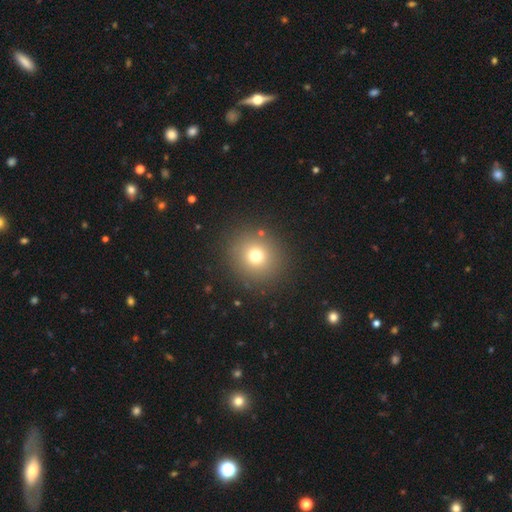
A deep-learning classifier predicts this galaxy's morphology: The model was most divided on "smooth or featured": smooth: 72%, star or artifact: 17%, featured or disk: 10%. More confident: how rounded — round (91%); merging — none (89%).